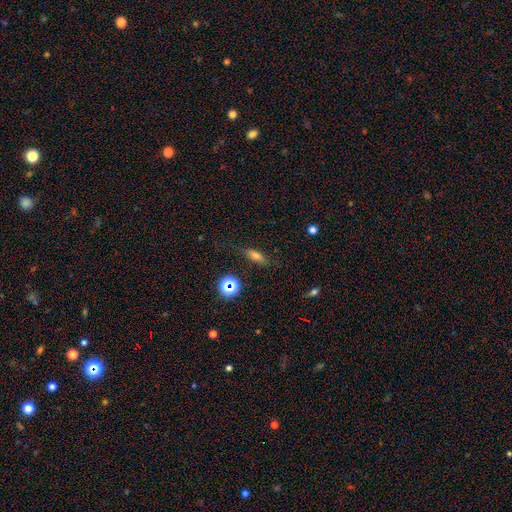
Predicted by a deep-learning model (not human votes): This appears to be a smooth galaxy with no disk features (69%) that is in between round and cigar-shaped (61%). Merging: none (78%).